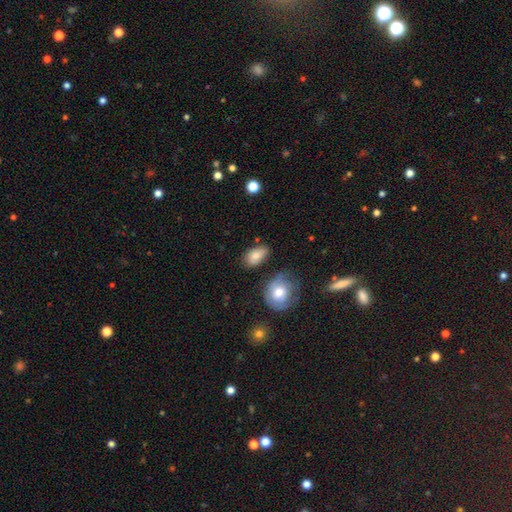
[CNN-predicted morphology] Q: Smooth or featured?
A: smooth (81%); runner-up: featured or disk (11%)
Q: How rounded?
A: in between (89%); runner-up: round (9%)
Q: Merging?
A: none (69%); runner-up: minor disturbance (20%)